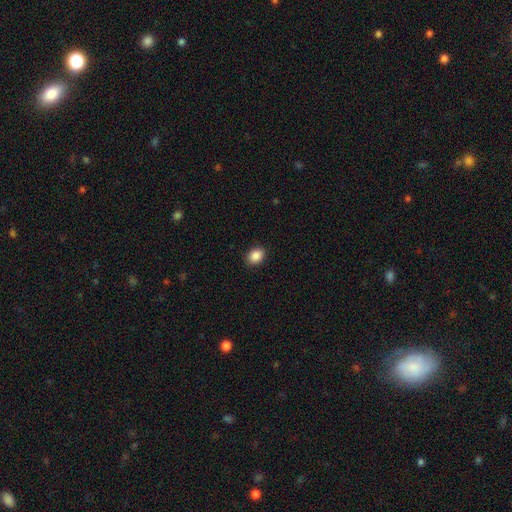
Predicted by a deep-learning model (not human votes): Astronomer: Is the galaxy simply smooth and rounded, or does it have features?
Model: smooth — 88%.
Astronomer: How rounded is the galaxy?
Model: in between — 58% (runner-up: round, 41%).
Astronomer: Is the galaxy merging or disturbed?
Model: none — 90%.